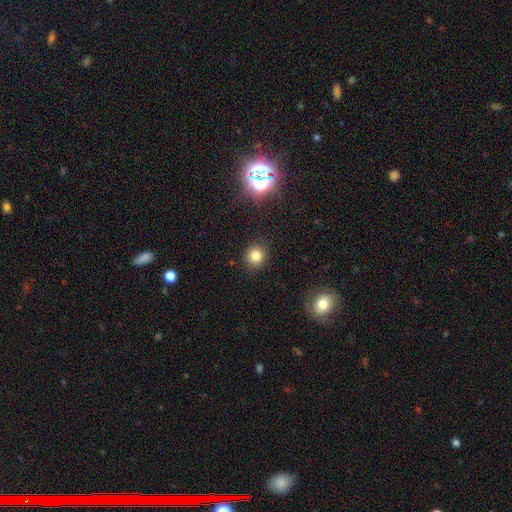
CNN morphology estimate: smooth_or_featured: smooth (p=0.79) [alt: star or artifact p=0.15]
how_rounded: round (p=0.82) [alt: in between p=0.17]
merging: none (p=0.89) [alt: minor disturbance p=0.07]